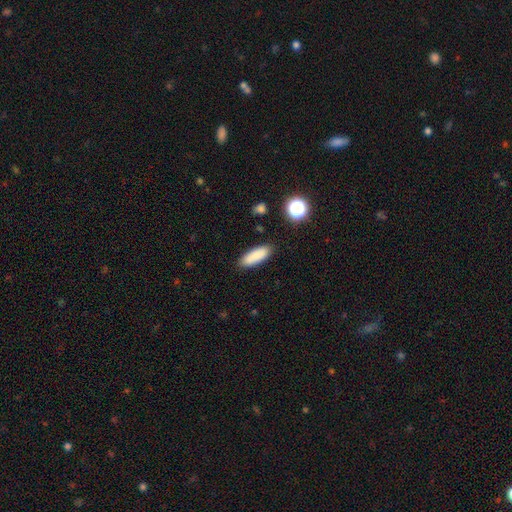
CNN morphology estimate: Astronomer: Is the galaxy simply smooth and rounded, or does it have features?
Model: smooth — 87%.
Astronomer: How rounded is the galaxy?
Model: in between — 64%.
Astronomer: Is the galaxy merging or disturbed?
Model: none — 87%.